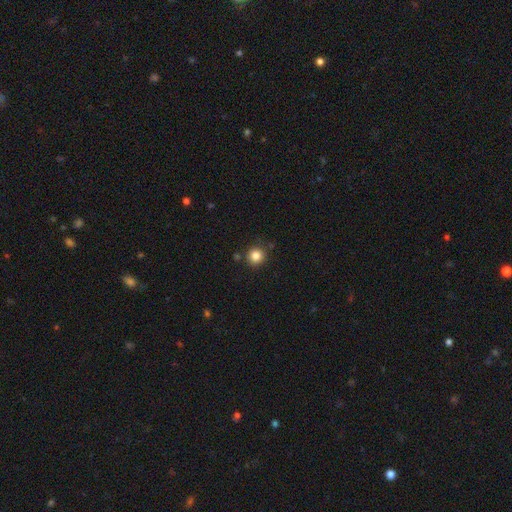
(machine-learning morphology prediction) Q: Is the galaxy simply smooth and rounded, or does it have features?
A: smooth — 83%.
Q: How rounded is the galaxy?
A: round — 93%.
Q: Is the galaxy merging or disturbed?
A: none — 85%.